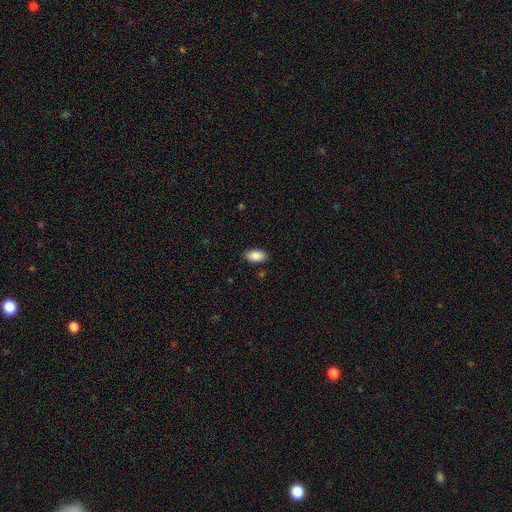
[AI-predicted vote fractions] This appears to be a smooth galaxy with no disk features (89%) that is in between round and cigar-shaped (94%). Merging: none (87%).